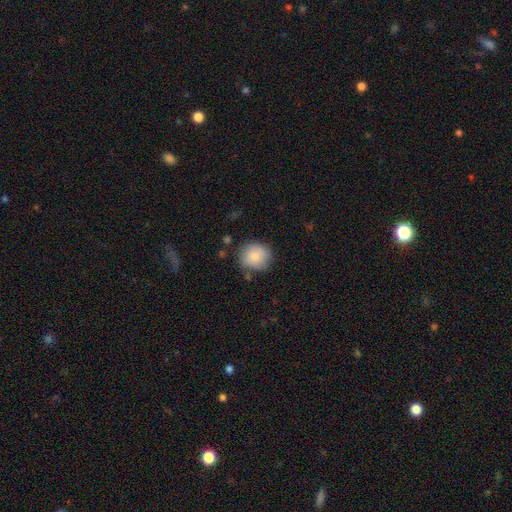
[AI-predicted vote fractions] Smooth or featured?
  - smooth: 83% *
  - featured or disk: 10%
  - star or artifact: 7%
How rounded?
  - round: 87% *
  - in between: 12%
  - cigar-shaped: 1%
Merging?
  - none: 77% *
  - minor disturbance: 16%
  - major disturbance: 4%
  - merger: 3%